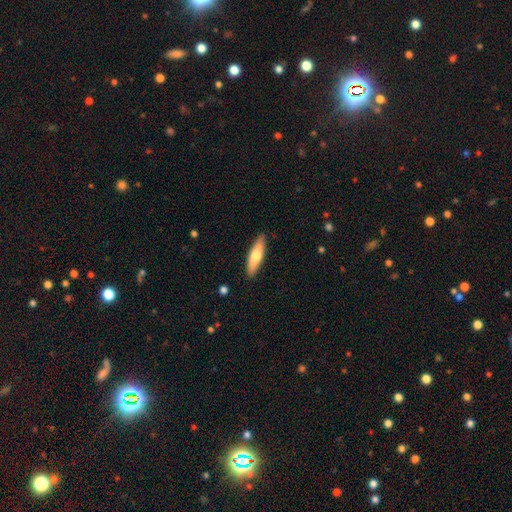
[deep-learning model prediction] smooth_or_featured: smooth (p=0.61) [alt: featured or disk p=0.33]
how_rounded: cigar-shaped (p=0.68) [alt: in between p=0.30]
merging: none (p=0.89) [alt: minor disturbance p=0.08]